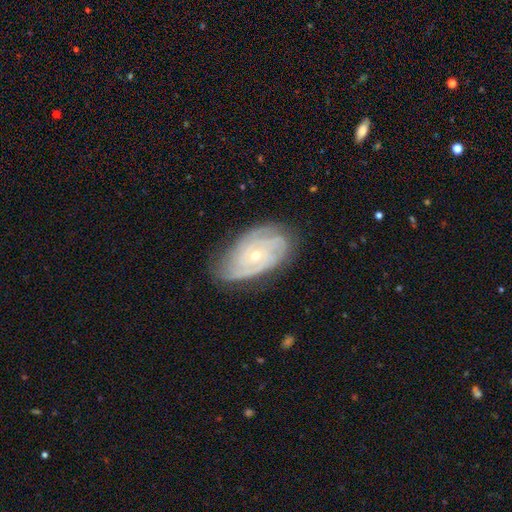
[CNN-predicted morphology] smooth_or_featured: featured or disk (p=0.85) [alt: smooth p=0.09]
disk_edge_on: no (p=0.95) [alt: yes p=0.05]
bar: no (p=0.76) [alt: weak p=0.19]
has_spiral_arms: yes (p=0.96) [alt: no p=0.04]
spiral_winding: tight (p=0.71) [alt: medium p=0.24]
spiral_arm_count: 3 (p=0.28) [alt: can't tell p=0.27]
bulge_size: small (p=0.67) [alt: moderate p=0.31]
merging: none (p=0.75) [alt: minor disturbance p=0.19]